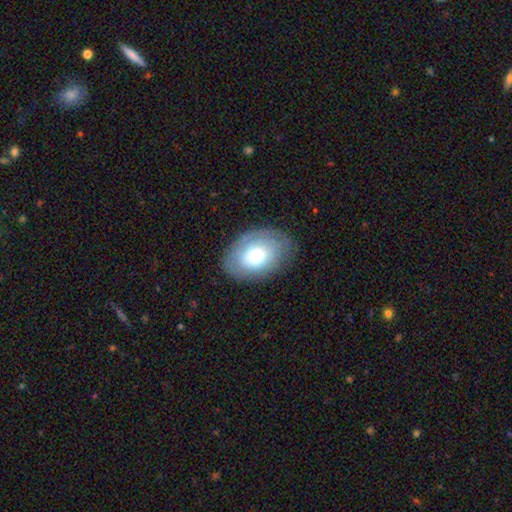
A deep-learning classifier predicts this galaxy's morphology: Q: Smooth or featured?
A: smooth (57%); runner-up: featured or disk (35%)
Q: How rounded?
A: in between (80%); runner-up: round (19%)
Q: Merging?
A: none (79%); runner-up: minor disturbance (15%)